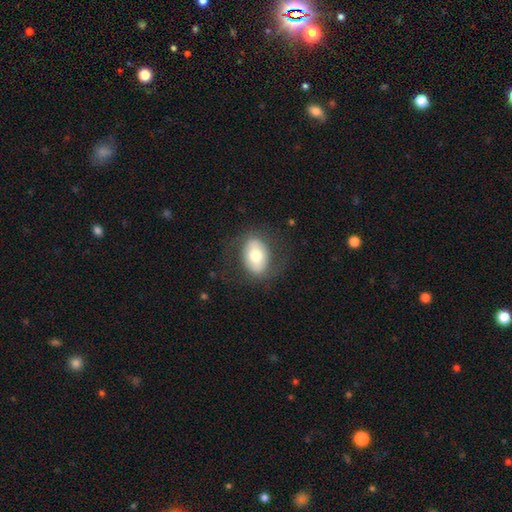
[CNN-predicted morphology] Overall: smooth (64%; featured or disk 29%). How rounded: in between (78%). Merging: none (75%).